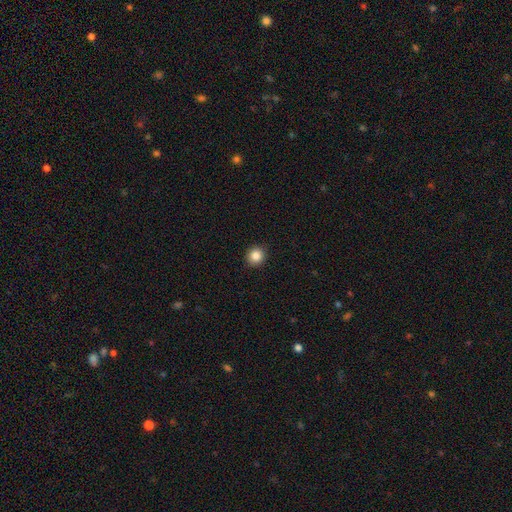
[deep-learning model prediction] A smooth galaxy with no disk features (86%) that is round (87%). Merging: none (92%).